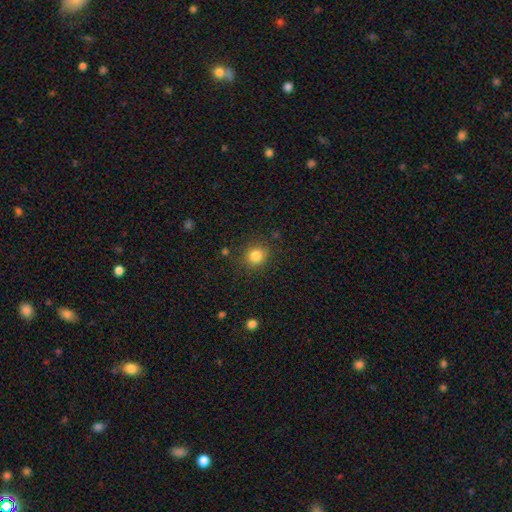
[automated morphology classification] A smooth galaxy with no disk features (82%) that is round (88%).

Vote fractions:
- Smooth or featured? smooth: 82% / star or artifact: 12% / featured or disk: 6%
- How rounded? round: 88% / in between: 11% / cigar-shaped: 1%
- Merging? none: 86% / minor disturbance: 9% / major disturbance: 3% / merger: 2%